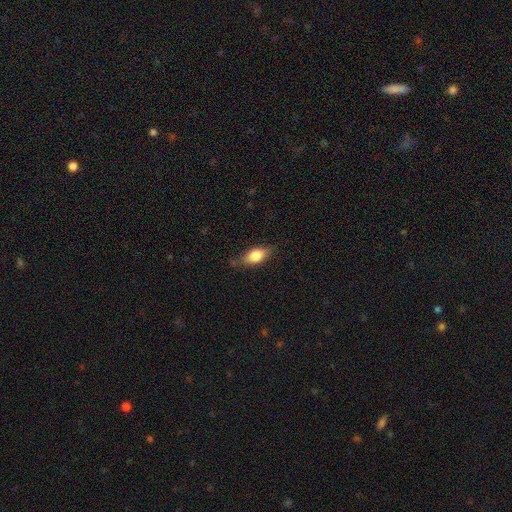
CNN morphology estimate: type=smooth (78%); roundness=in between (84%); merging=none (75%).